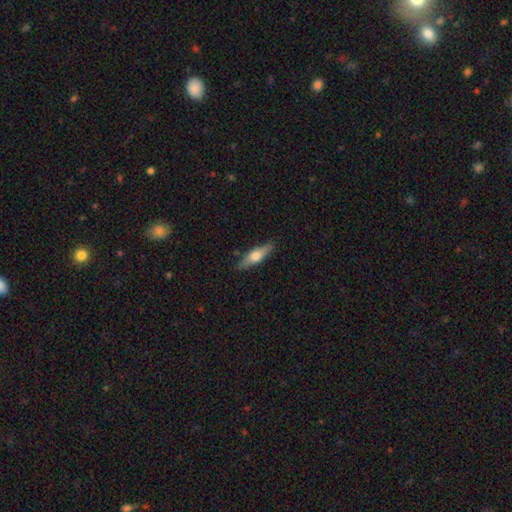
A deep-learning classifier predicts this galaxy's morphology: Smooth or featured?
  - smooth: 49% *
  - featured or disk: 46%
  - star or artifact: 6%
Merging?
  - none: 85% *
  - minor disturbance: 11%
  - major disturbance: 2%
  - merger: 1%